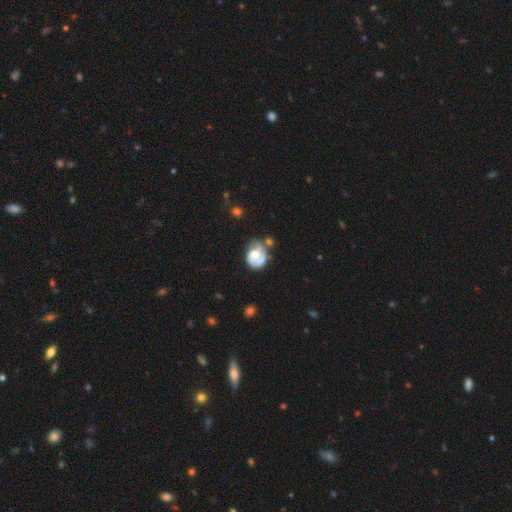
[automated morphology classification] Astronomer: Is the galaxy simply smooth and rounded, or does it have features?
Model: featured or disk — 63%.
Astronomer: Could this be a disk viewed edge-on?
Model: no — 97%.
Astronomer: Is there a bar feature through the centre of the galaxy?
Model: no — 67%.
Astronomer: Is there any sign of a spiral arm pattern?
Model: yes — 73%.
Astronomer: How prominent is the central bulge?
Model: moderate — 61%.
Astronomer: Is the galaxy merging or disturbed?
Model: none — 40% (runner-up: minor disturbance, 27%).